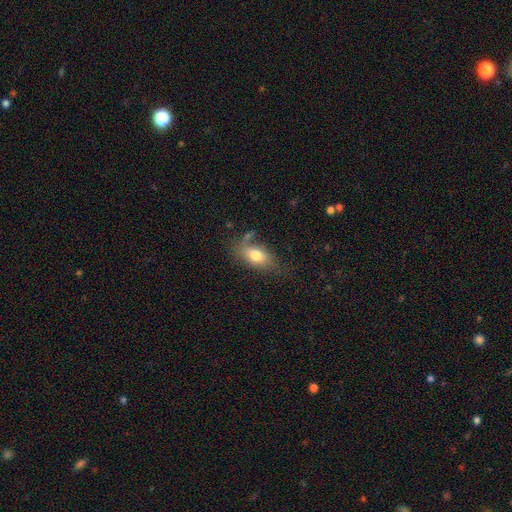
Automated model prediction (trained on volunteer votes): Smooth or featured?
  - smooth: 75% *
  - featured or disk: 17%
  - star or artifact: 8%
How rounded?
  - in between: 86% *
  - round: 8%
  - cigar-shaped: 6%
Merging?
  - none: 58% *
  - minor disturbance: 25%
  - major disturbance: 11%
  - merger: 6%